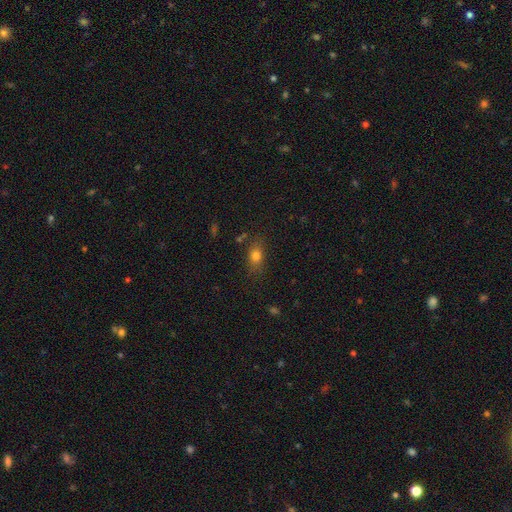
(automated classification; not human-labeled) Smooth or featured: smooth — 77% (star or artifact — 12%)
How rounded: in between — 71% (round — 24%)
Merging: none — 77% (minor disturbance — 15%)